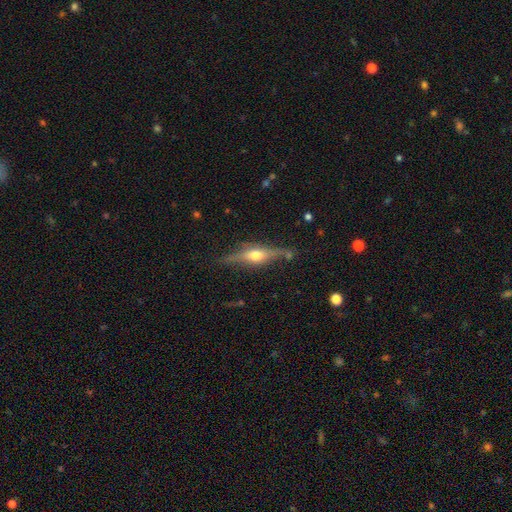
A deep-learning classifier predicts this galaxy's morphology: Smooth or featured? Predicted: featured or disk (p=0.71). Edge-on disk? Predicted: yes (p=0.94). Edge-on bulge? Predicted: rounded (p=0.92). Merging? Predicted: none (p=0.80).